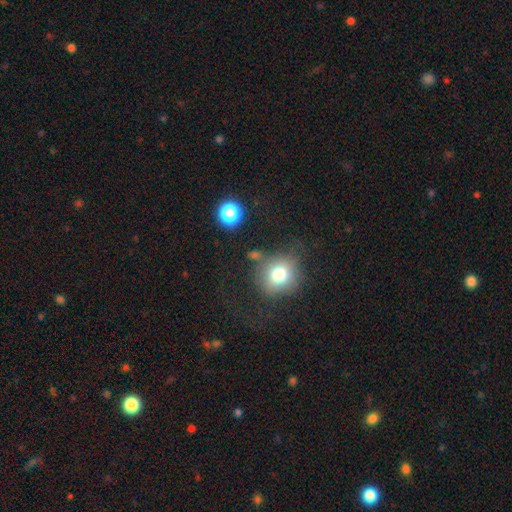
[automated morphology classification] A smooth galaxy with no disk features (74%) that is round (81%).

Vote fractions:
- Smooth or featured? smooth: 74% / star or artifact: 14% / featured or disk: 12%
- How rounded? round: 81% / in between: 18% / cigar-shaped: 1%
- Merging? none: 66% / minor disturbance: 18% / major disturbance: 10% / merger: 6%